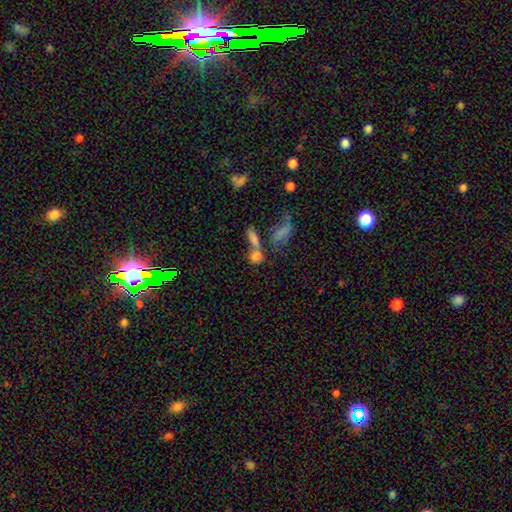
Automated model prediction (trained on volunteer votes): Overall: smooth (71%). How rounded: in between (60%; round 28%). Merging: merger (54%; none 27%).